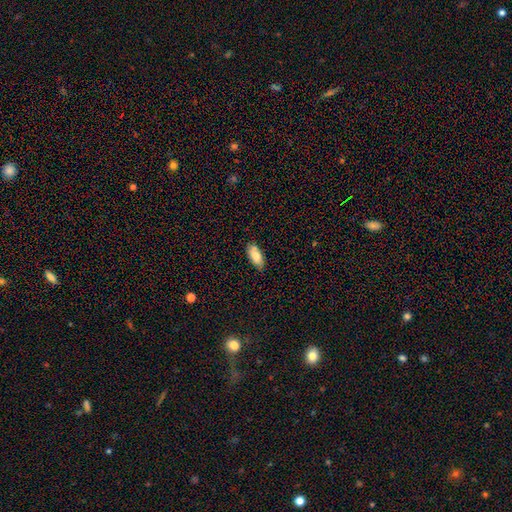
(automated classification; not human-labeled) This is clearly a smooth galaxy (82%). How rounded: clearly in between (85%). Merging: likely none (77%).